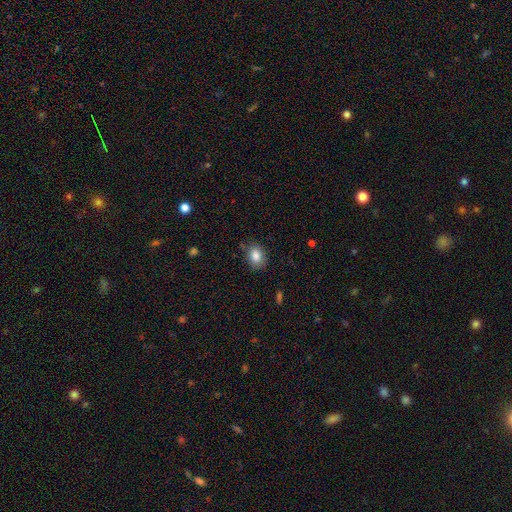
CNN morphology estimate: Smooth or featured? Predicted: smooth (p=0.84). How rounded? Predicted: in between (p=0.66). Merging? Predicted: none (p=0.80).